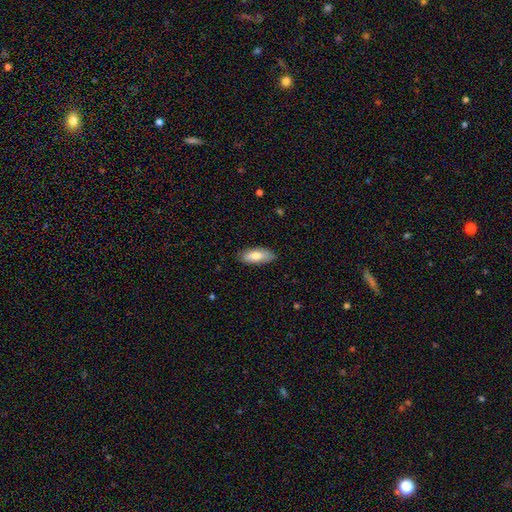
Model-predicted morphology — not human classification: type=smooth (76%); roundness=in between (81%); merging=none (85%).